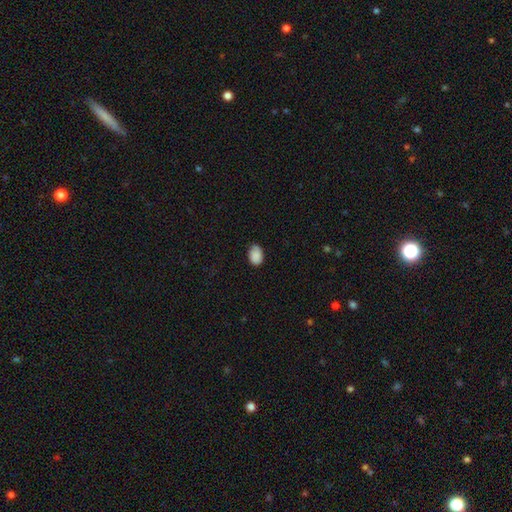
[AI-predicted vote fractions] Smooth or featured? smooth (86%)
How rounded? in between (81%)
Merging? none (71%)